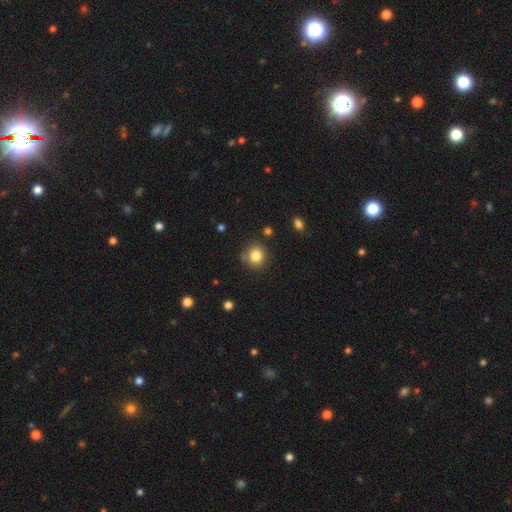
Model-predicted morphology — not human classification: A smooth galaxy with no disk features (82%) that is round (87%).

Vote fractions:
- Smooth or featured? smooth: 82% / star or artifact: 11% / featured or disk: 7%
- How rounded? round: 87% / in between: 12% / cigar-shaped: 1%
- Merging? none: 80% / minor disturbance: 11% / merger: 5% / major disturbance: 3%